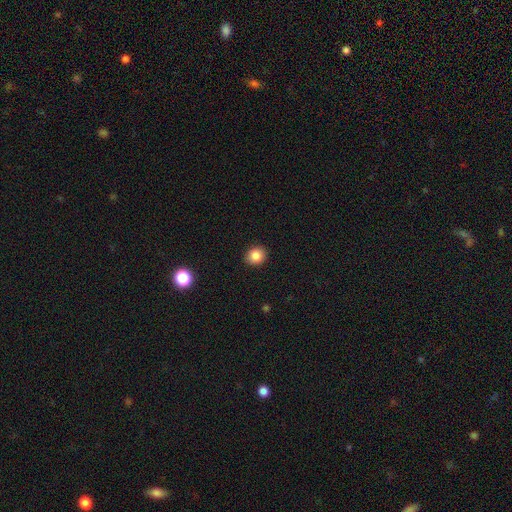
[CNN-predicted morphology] smooth 85%, star or artifact 10%, featured or disk 5%. Down the decision tree: how rounded — round (74%); merging — none (91%).